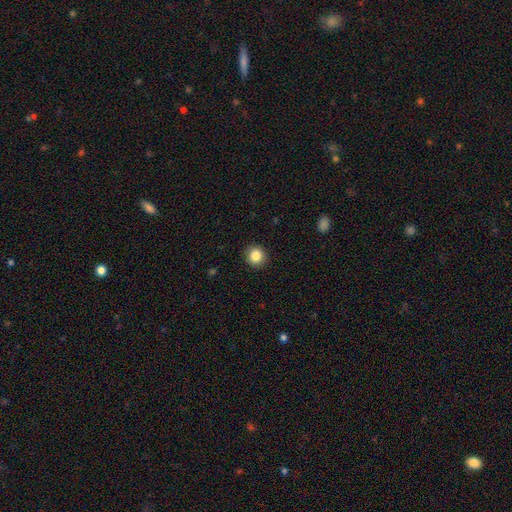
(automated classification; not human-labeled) This appears to be a smooth galaxy with no disk features (86%) that is round (90%). Merging: none (91%).